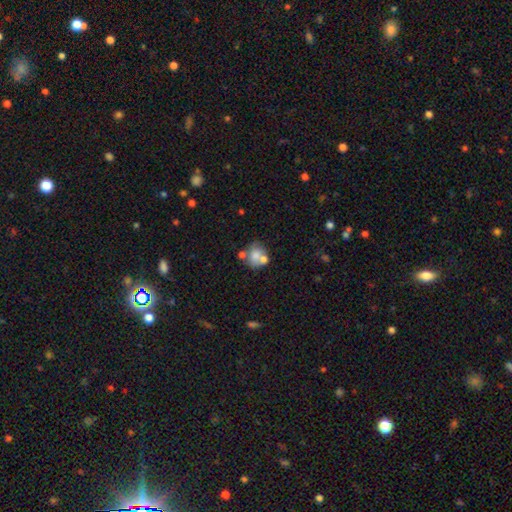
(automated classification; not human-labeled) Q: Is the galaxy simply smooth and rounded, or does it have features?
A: smooth — 64%.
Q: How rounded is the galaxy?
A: round — 64%.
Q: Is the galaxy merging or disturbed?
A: none — 42%.